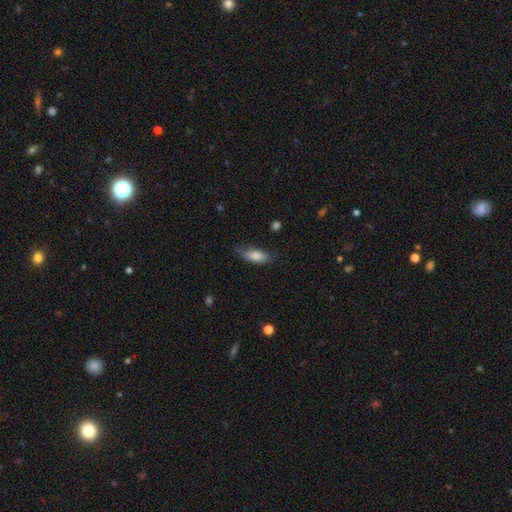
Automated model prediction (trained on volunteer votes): smooth 83%, featured or disk 10%, star or artifact 7%. Down the decision tree: how rounded — in between (82%); merging — none (69%).